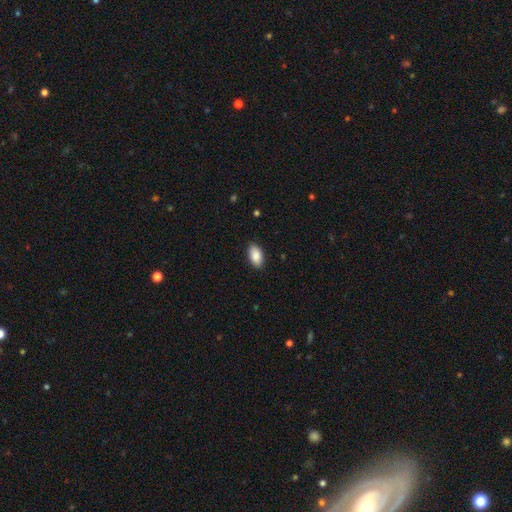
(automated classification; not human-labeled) Morphology: type=smooth (89%); roundness=in between (94%); merging=none (88%).